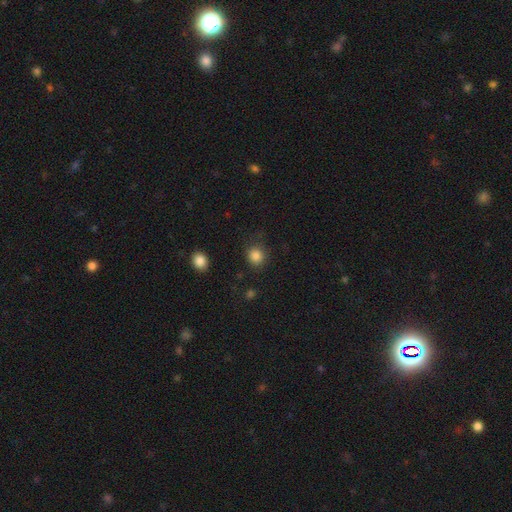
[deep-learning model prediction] Smooth or featured?
  - smooth: 85% *
  - star or artifact: 11%
  - featured or disk: 4%
How rounded?
  - round: 87% *
  - in between: 12%
  - cigar-shaped: 1%
Merging?
  - none: 82% *
  - minor disturbance: 11%
  - major disturbance: 4%
  - merger: 2%